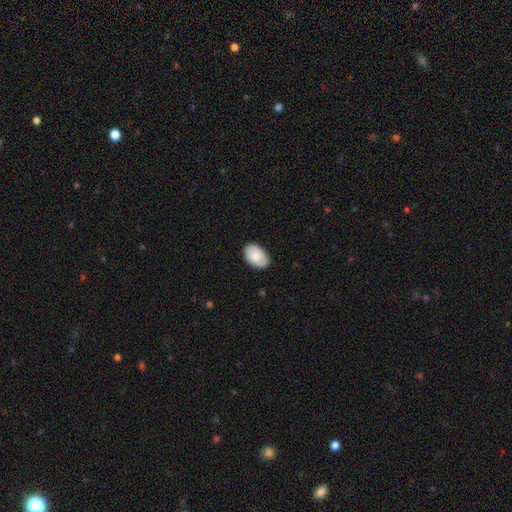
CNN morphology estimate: type=smooth (74%); roundness=in between (90%); merging=none (80%).